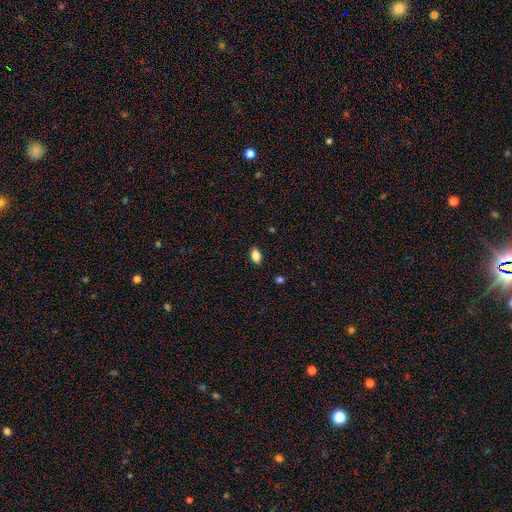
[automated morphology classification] Smooth or featured: smooth — 85% (star or artifact — 9%)
How rounded: in between — 90% (round — 8%)
Merging: none — 88% (minor disturbance — 9%)